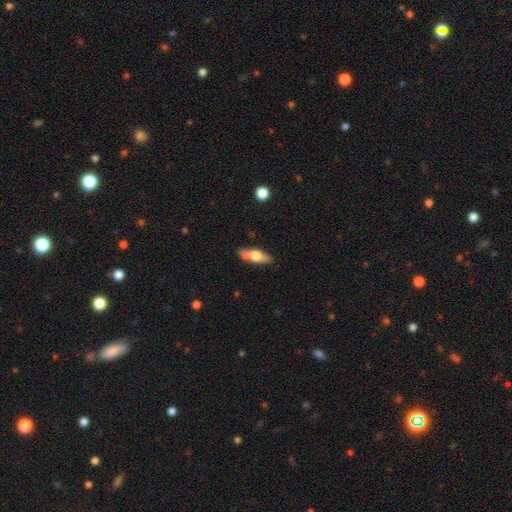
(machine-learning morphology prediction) Q: Smooth or featured?
A: smooth (54%); runner-up: featured or disk (40%)
Q: How rounded?
A: in between (55%); runner-up: cigar-shaped (41%)
Q: Merging?
A: none (68%); runner-up: minor disturbance (15%)